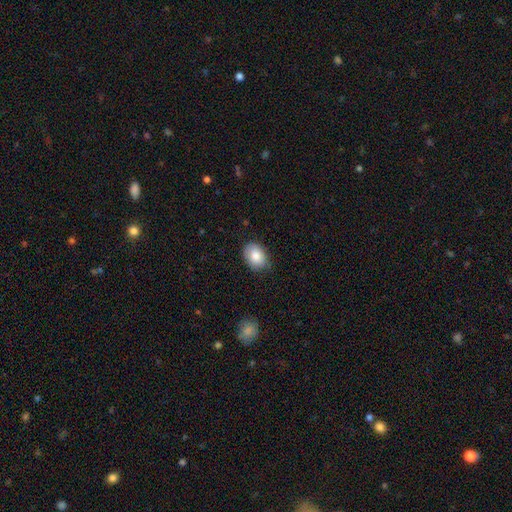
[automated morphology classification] Smooth or featured? smooth (85%)
How rounded? in between (75%)
Merging? none (78%)